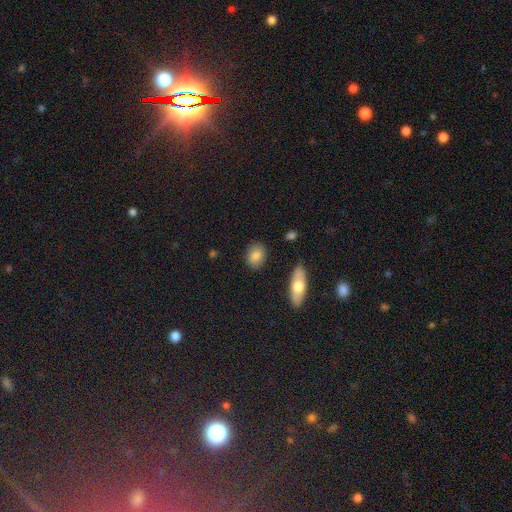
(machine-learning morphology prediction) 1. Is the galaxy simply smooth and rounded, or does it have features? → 84% smooth, 9% featured or disk, 7% star or artifact.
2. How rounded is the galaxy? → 59% in between, 38% round, 3% cigar-shaped.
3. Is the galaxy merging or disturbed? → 86% none, 10% minor disturbance, 3% major disturbance, 2% merger.